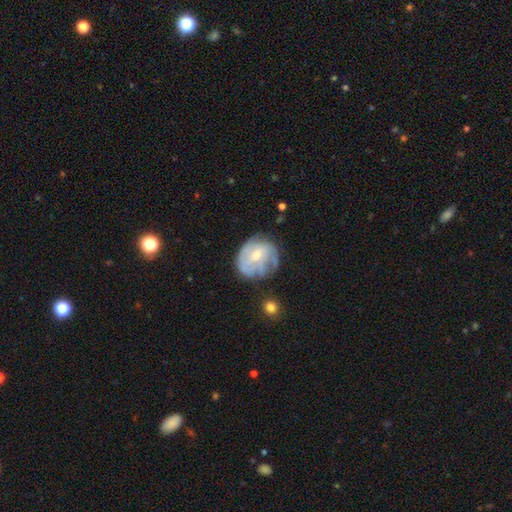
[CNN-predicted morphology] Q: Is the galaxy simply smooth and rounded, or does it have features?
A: featured or disk — 64%.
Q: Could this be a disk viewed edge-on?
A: no — 97%.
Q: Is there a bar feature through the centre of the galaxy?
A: no — 56%.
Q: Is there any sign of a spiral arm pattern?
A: yes — 73%.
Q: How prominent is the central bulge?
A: small — 56%.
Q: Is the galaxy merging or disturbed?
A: none — 54%.